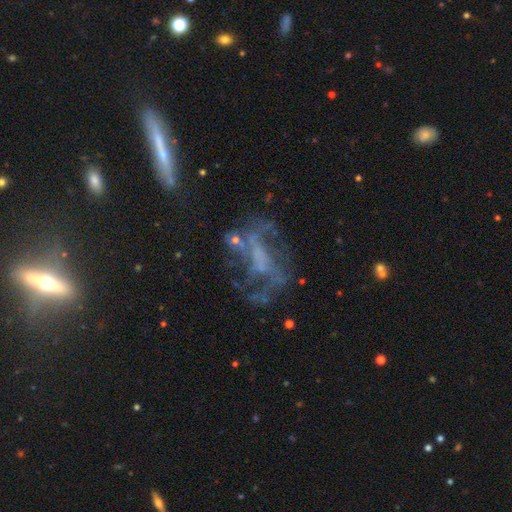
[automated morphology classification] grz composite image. It shows a featured or disk galaxy (68%) with no bar (53%), spiral arms (63%) and no central bulge (54%). Merging: none (52%).